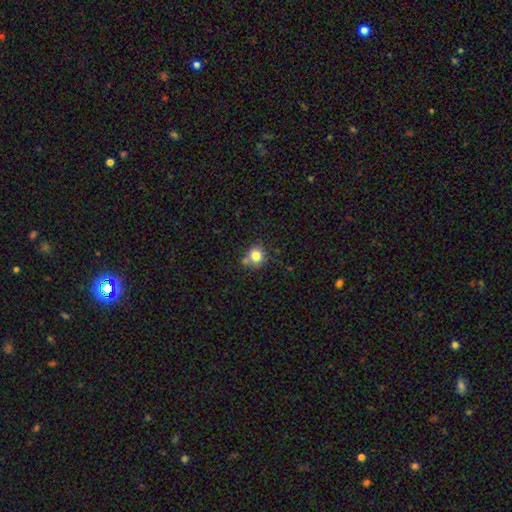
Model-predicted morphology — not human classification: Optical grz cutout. It shows a smooth galaxy with no disk features (80%) that is round (84%). Merging: none (65%).